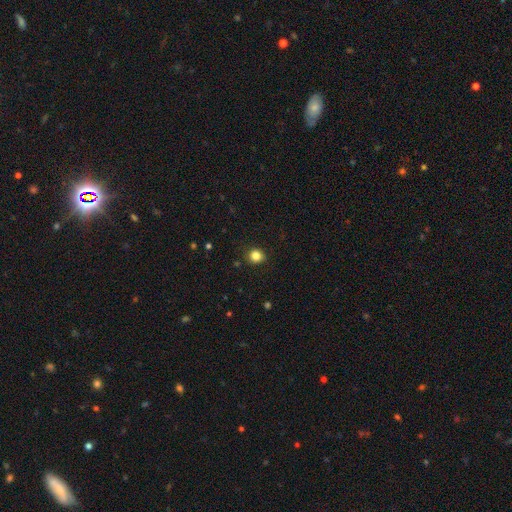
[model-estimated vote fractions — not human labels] smooth 84%, star or artifact 12%, featured or disk 4%. Down the decision tree: how rounded — round (87%); merging — none (89%).